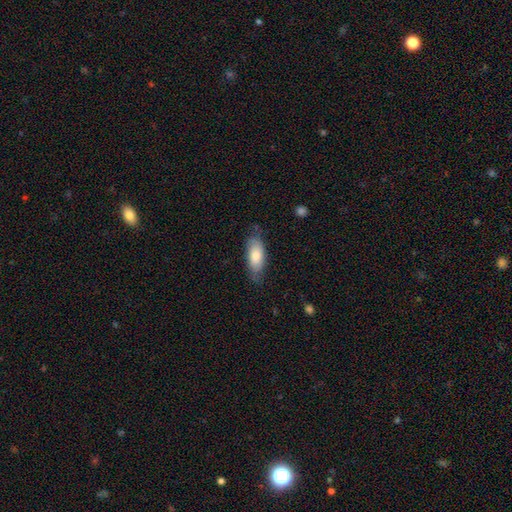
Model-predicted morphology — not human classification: Q: Smooth or featured?
A: smooth (76%); runner-up: featured or disk (18%)
Q: How rounded?
A: in between (82%); runner-up: cigar-shaped (16%)
Q: Merging?
A: none (69%); runner-up: minor disturbance (24%)